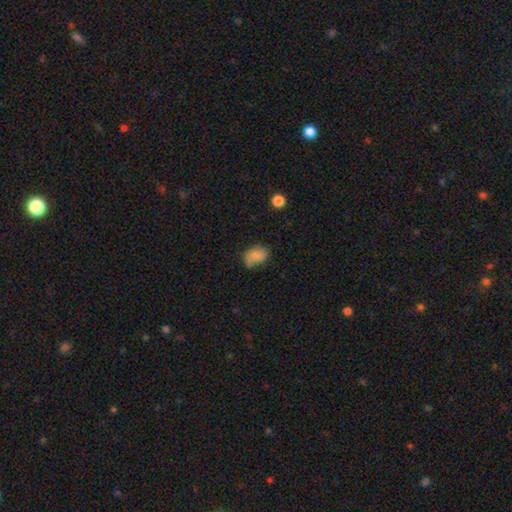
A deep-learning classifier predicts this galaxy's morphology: Overall: smooth (69%). How rounded: in between (78%). Merging: none (55%; minor disturbance 32%).